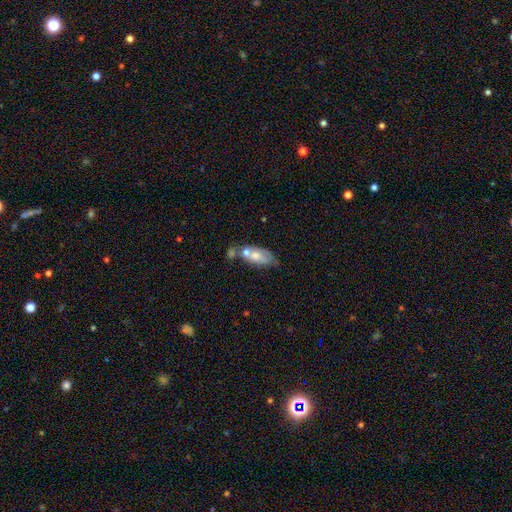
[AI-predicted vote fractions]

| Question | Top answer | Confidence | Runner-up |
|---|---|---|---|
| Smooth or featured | smooth | 57% | featured or disk (36%) |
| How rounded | in between | 82% | cigar-shaped (14%) |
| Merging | merger | 36% | none (31%) |